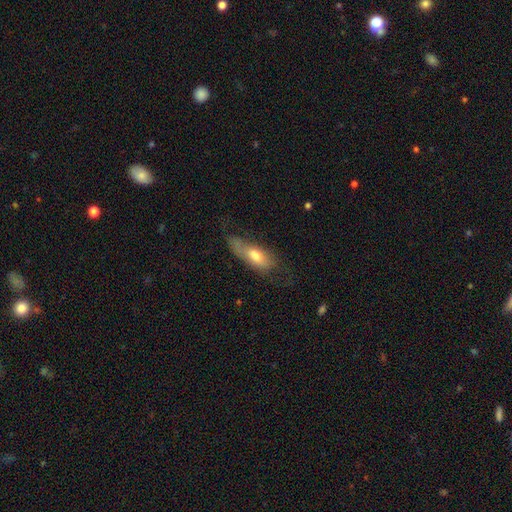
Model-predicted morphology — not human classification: A smooth galaxy with no disk features (60%) that is in between round and cigar-shaped (67%).

Vote fractions:
- Smooth or featured? smooth: 60% / featured or disk: 32% / star or artifact: 8%
- How rounded? in between: 67% / cigar-shaped: 30% / round: 3%
- Merging? none: 37% / minor disturbance: 32% / major disturbance: 28% / merger: 4%